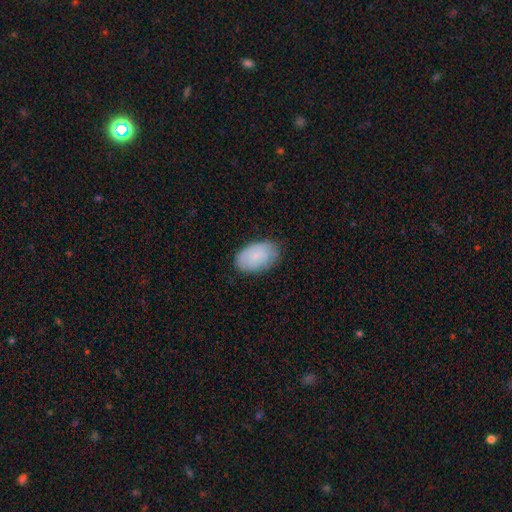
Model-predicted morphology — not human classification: smooth-or-featured: smooth: 82% | featured or disk: 12% | star or artifact: 6%
  how-rounded: in between: 93% | round: 6% | cigar-shaped: 1%
  merging: none: 78% | minor disturbance: 18% | major disturbance: 3% | merger: 1%